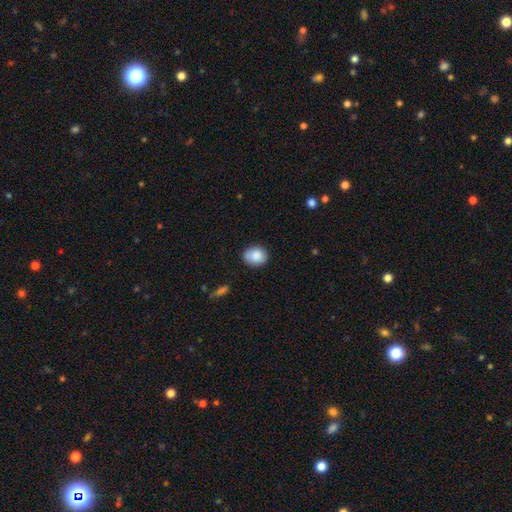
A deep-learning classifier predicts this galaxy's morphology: This appears to be a smooth galaxy with no disk features (86%) that is in between round and cigar-shaped (54%). Merging: none (78%).